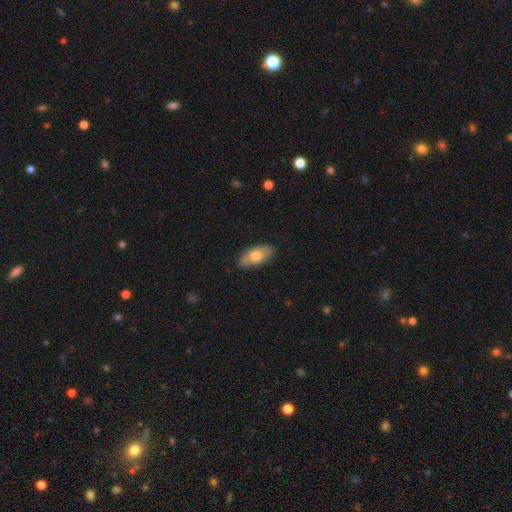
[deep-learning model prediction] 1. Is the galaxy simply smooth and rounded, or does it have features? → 66% smooth, 28% featured or disk, 6% star or artifact.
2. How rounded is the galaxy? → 90% in between, 6% cigar-shaped, 4% round.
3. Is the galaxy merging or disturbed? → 83% none, 13% minor disturbance, 2% major disturbance, 1% merger.